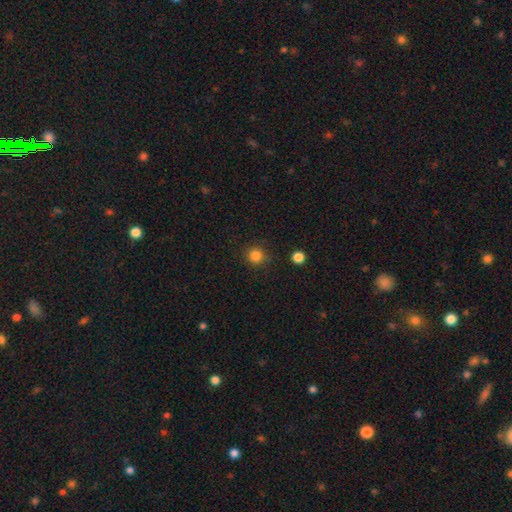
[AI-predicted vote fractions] smooth-or-featured: smooth: 84% | star or artifact: 13% | featured or disk: 4%
  how-rounded: round: 93% | in between: 6% | cigar-shaped: 1%
  merging: none: 90% | minor disturbance: 6% | major disturbance: 2% | merger: 2%